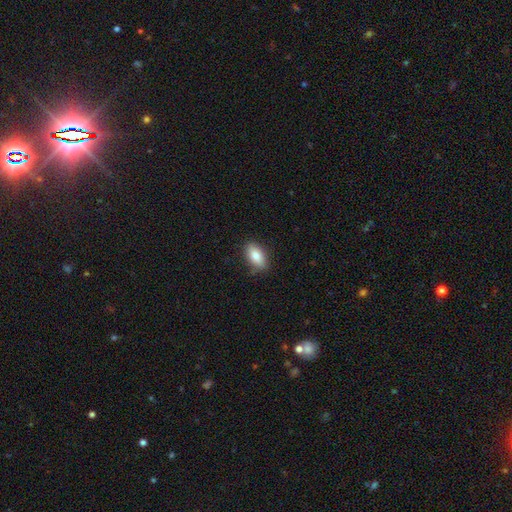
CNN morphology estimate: This is clearly a smooth galaxy (82%). How rounded: clearly in between (90%). Merging: clearly none (83%).